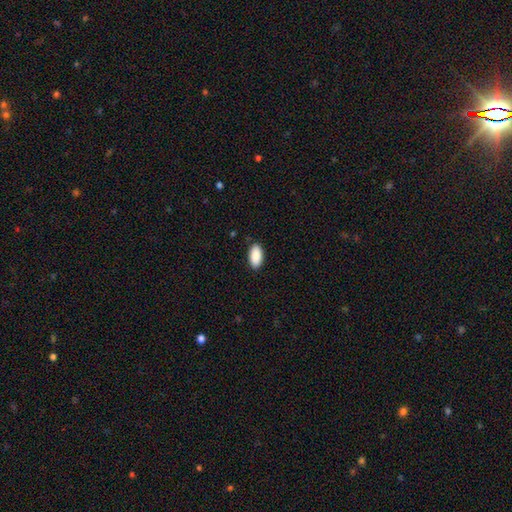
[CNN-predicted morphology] This is clearly a smooth galaxy (90%). How rounded: clearly in between (94%). Merging: clearly none (88%).